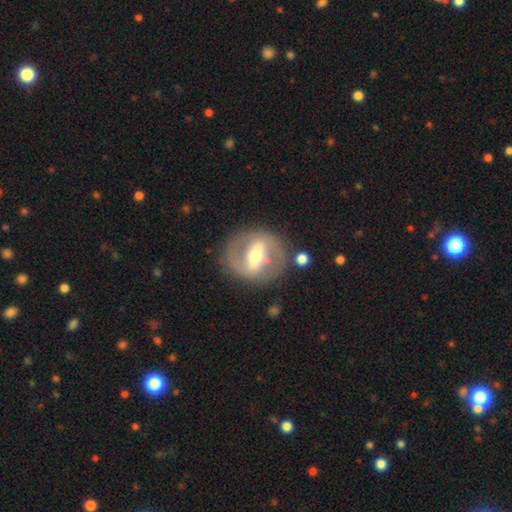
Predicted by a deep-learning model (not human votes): Smooth or featured? featured or disk (75%)
Edge-on disk? no (93%)
Bar? strong (61%)
Spiral arms? yes (62%)
Bulge size? moderate (65%)
Merging? none (81%)